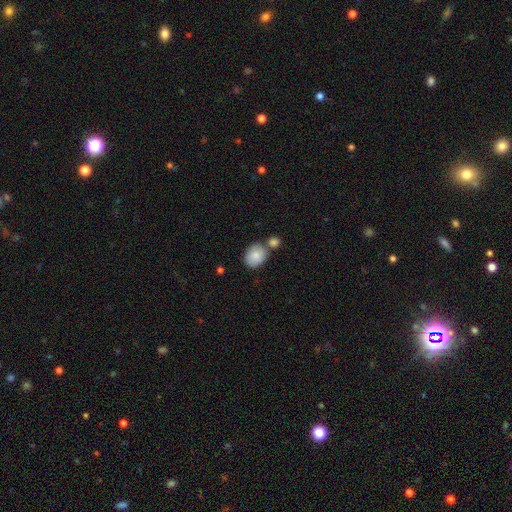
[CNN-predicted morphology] smooth-or-featured: smooth: 85% | featured or disk: 9% | star or artifact: 7%
  how-rounded: in between: 56% | round: 43% | cigar-shaped: 1%
  merging: none: 58% | merger: 25% | minor disturbance: 14% | major disturbance: 4%